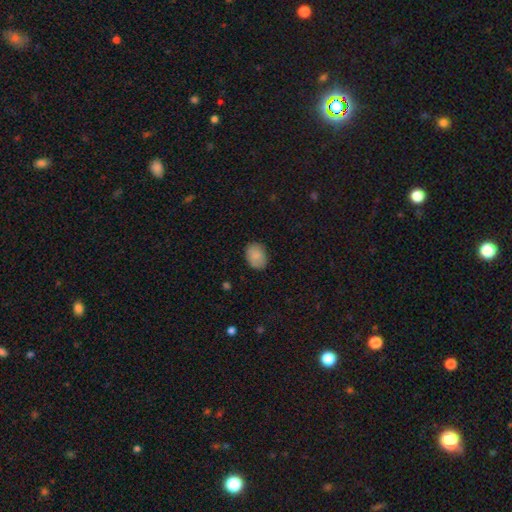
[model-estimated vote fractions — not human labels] Q: Smooth or featured?
A: smooth (86%); runner-up: star or artifact (8%)
Q: How rounded?
A: in between (73%); runner-up: round (26%)
Q: Merging?
A: none (83%); runner-up: minor disturbance (13%)